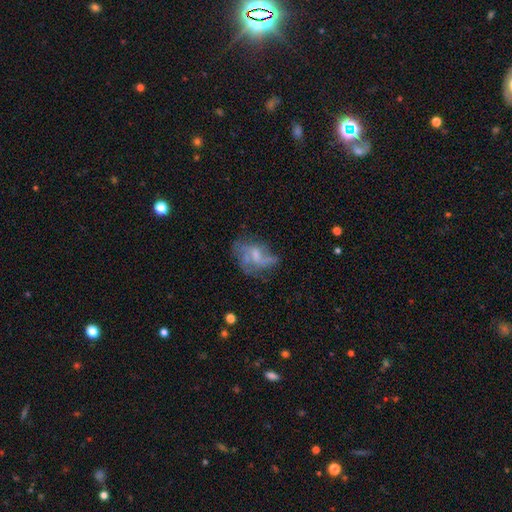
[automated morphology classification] Smooth or featured? Predicted: featured or disk (p=0.57). Edge-on disk? Predicted: no (p=0.97). Bar? Predicted: no (p=0.61). Spiral arms? Predicted: no (p=0.59). Bulge size? Predicted: small (p=0.34). Merging? Predicted: none (p=0.38).